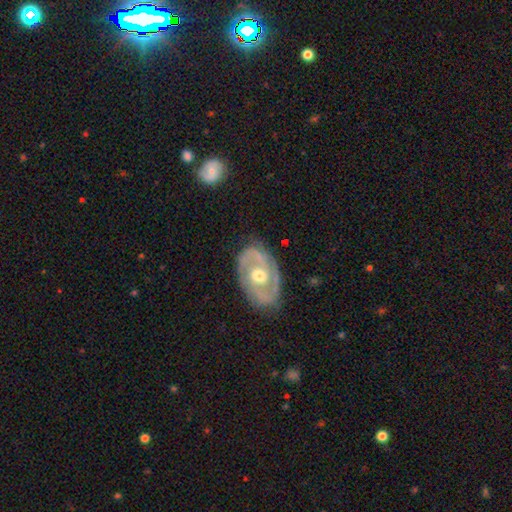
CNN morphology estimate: A featured or disk galaxy (83%) with no bar (63%), 2 (75%) tight (45%) spiral arms (85%) and a moderate central bulge (77%). Merging: none (77%).